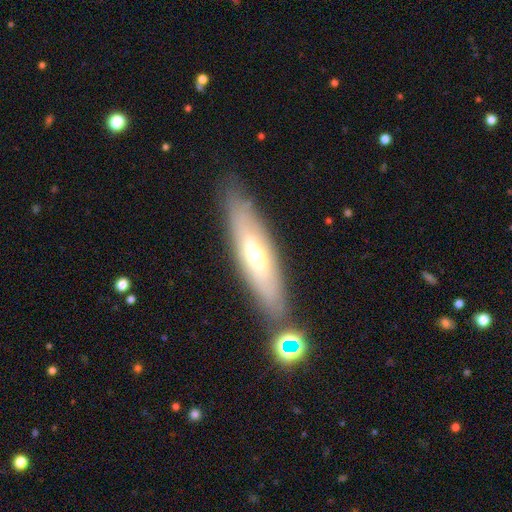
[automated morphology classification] This is possibly a featured or disk galaxy (54%). It is possibly viewed edge-on (53%). Merging: likely none (77%).